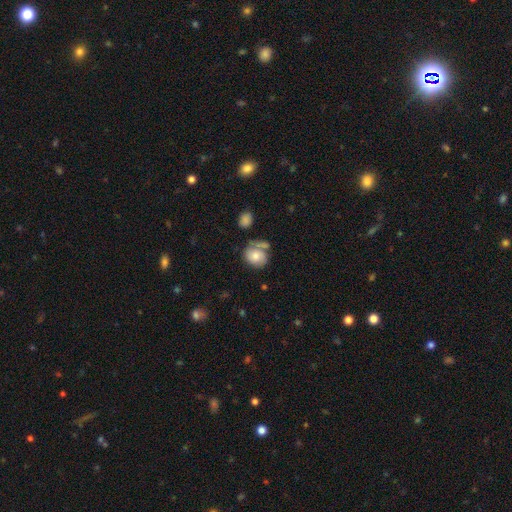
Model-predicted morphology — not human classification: type=smooth (60%); roundness=round (71%); merging=none (47%).